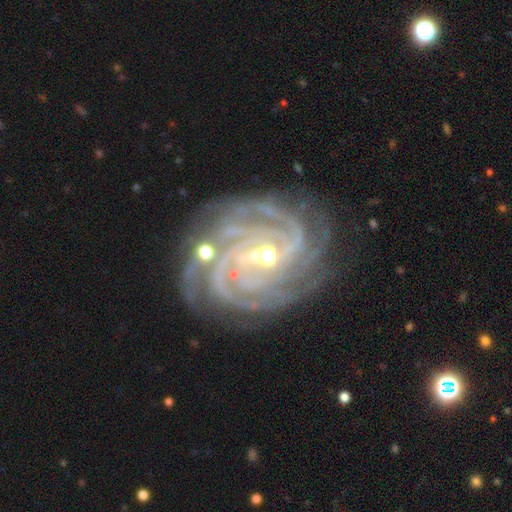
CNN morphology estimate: A featured or disk galaxy (91%) with no bar (40%), 4 (37%) tight (76%) spiral arms (99%) and a small central bulge (59%).

Vote fractions:
- Smooth or featured? featured or disk: 91% / star or artifact: 6% / smooth: 3%
- Edge-on disk? no: 98% / yes: 2%
- Bar? no: 40% / weak: 37% / strong: 23%
- Spiral arms? yes: 99% / no: 1%
- Spiral winding? tight: 76% / medium: 21% / loose: 3%
- Spiral arm count? 4: 37% / 3: 23% / more than 4: 15% / can't tell: 10% / 2: 9% / 1: 7%
- Bulge size? small: 59% / moderate: 36% / large: 2% / none: 2% / dominant: 1%
- Merging? none: 70% / minor disturbance: 17% / major disturbance: 7% / merger: 6%